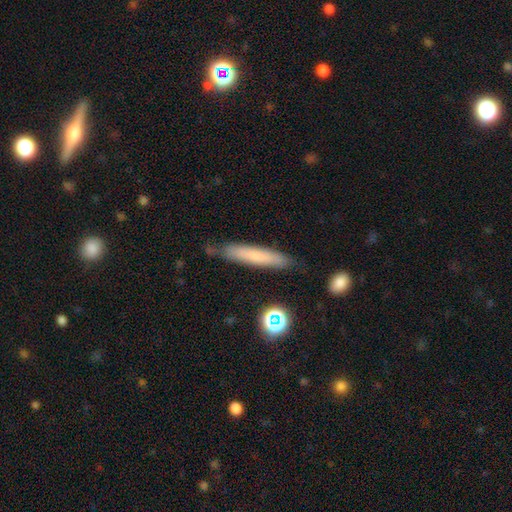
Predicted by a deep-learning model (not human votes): The model was most divided on "smooth or featured": smooth: 66%, featured or disk: 25%, star or artifact: 9%. More confident: how rounded — cigar-shaped (90%); merging — none (78%).